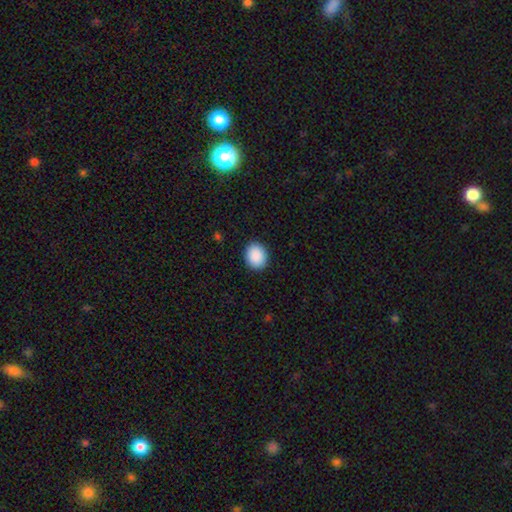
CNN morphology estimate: Smooth or featured? smooth (90%)
How rounded? round (55%)
Merging? none (90%)